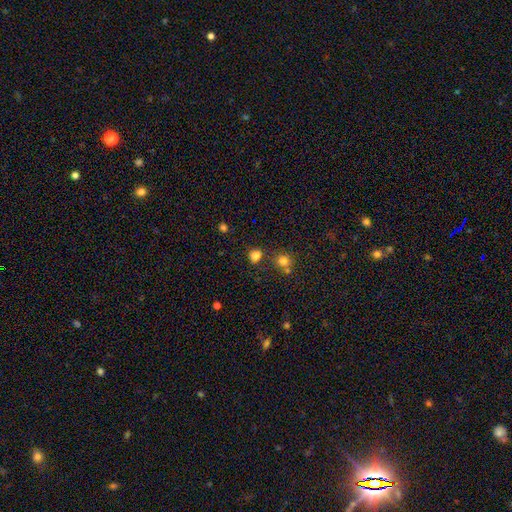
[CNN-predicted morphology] A smooth galaxy with no disk features (80%) that is round (73%).

Vote fractions:
- Smooth or featured? smooth: 80% / star or artifact: 15% / featured or disk: 4%
- How rounded? round: 73% / in between: 26% / cigar-shaped: 1%
- Merging? none: 74% / minor disturbance: 11% / merger: 11% / major disturbance: 4%